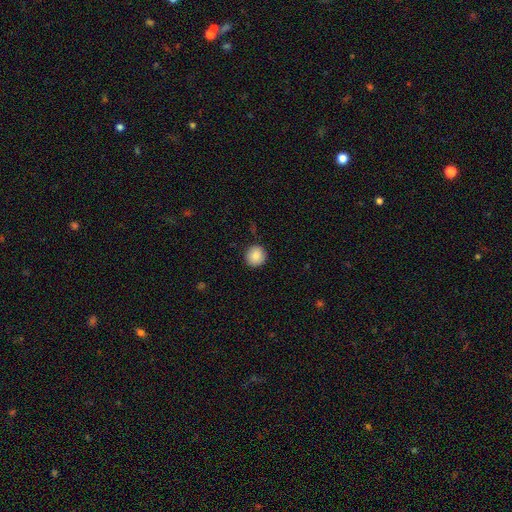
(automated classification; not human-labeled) Q: Smooth or featured?
A: smooth (87%); runner-up: star or artifact (8%)
Q: How rounded?
A: round (94%); runner-up: in between (5%)
Q: Merging?
A: none (90%); runner-up: minor disturbance (7%)